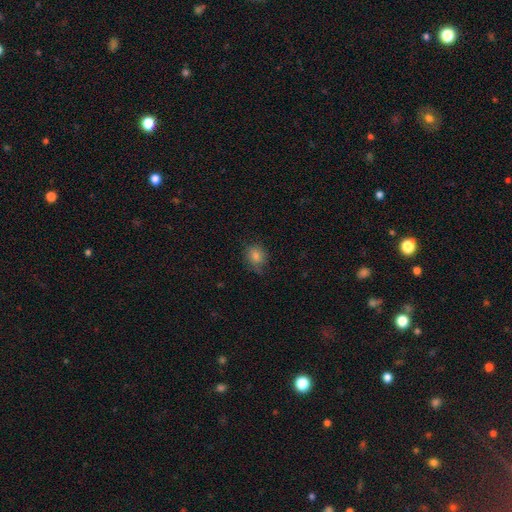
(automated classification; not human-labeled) A smooth galaxy with no disk features (73%) that is round (64%).

Vote fractions:
- Smooth or featured? smooth: 73% / star or artifact: 15% / featured or disk: 13%
- How rounded? round: 64% / in between: 35% / cigar-shaped: 1%
- Merging? none: 70% / minor disturbance: 22% / major disturbance: 7% / merger: 1%